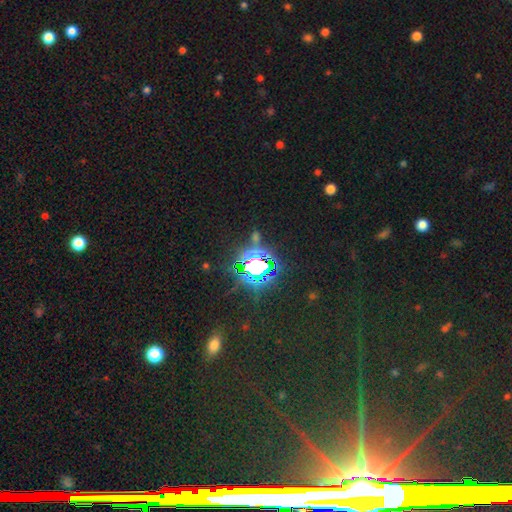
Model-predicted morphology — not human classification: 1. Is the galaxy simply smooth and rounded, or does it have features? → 79% star or artifact, 13% smooth, 8% featured or disk.